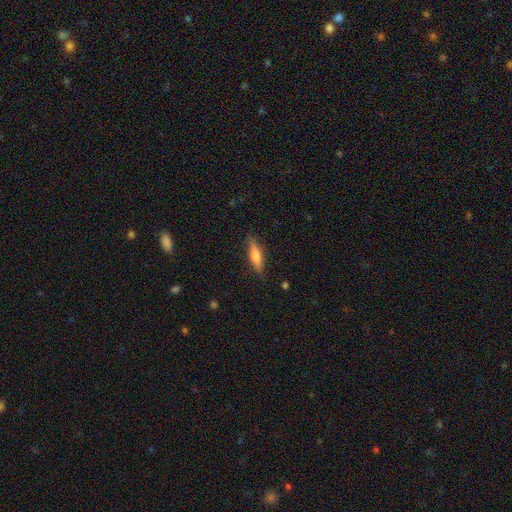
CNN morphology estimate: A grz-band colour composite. It shows a smooth galaxy with no disk features (60%) that is cigar-shaped (73%). Merging: none (86%).